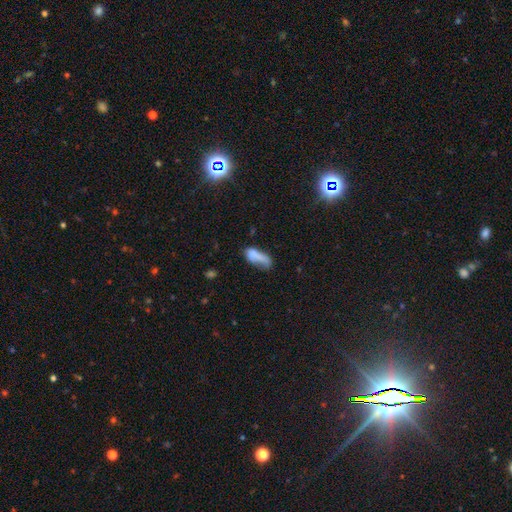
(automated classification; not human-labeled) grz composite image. It shows a smooth galaxy with no disk features (71%) that is in between round and cigar-shaped (69%). Merging: none (34%).